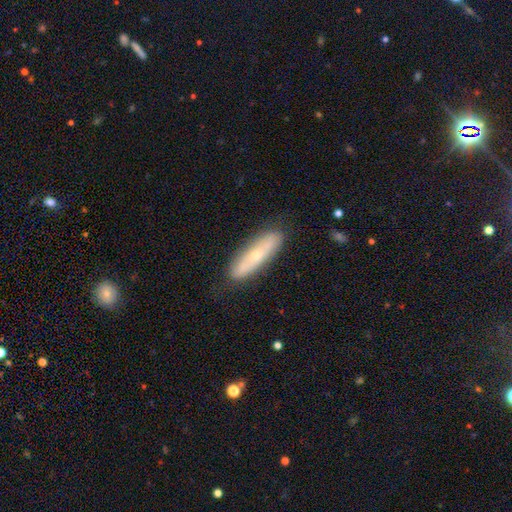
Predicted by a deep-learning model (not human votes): smooth_or_featured: featured or disk (p=0.48) [alt: smooth p=0.45]
merging: none (p=0.85) [alt: minor disturbance p=0.12]